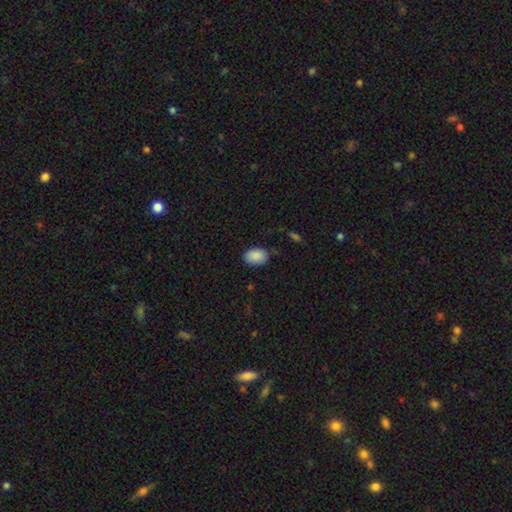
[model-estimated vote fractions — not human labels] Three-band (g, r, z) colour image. It shows a smooth galaxy with no disk features (89%) that is in between round and cigar-shaped (83%). Merging: none (83%).